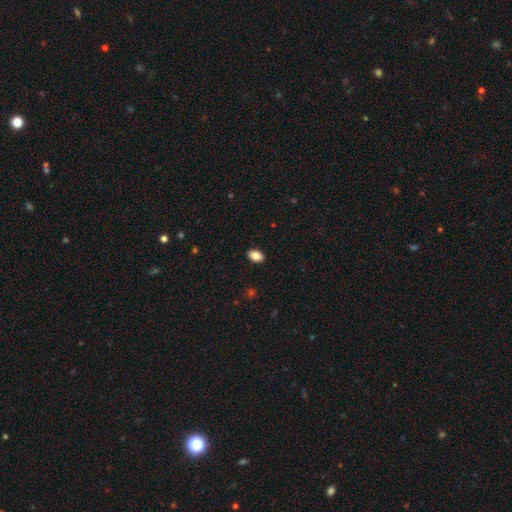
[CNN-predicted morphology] Q: Smooth or featured?
A: smooth (85%); runner-up: star or artifact (8%)
Q: How rounded?
A: in between (85%); runner-up: round (13%)
Q: Merging?
A: none (90%); runner-up: minor disturbance (8%)